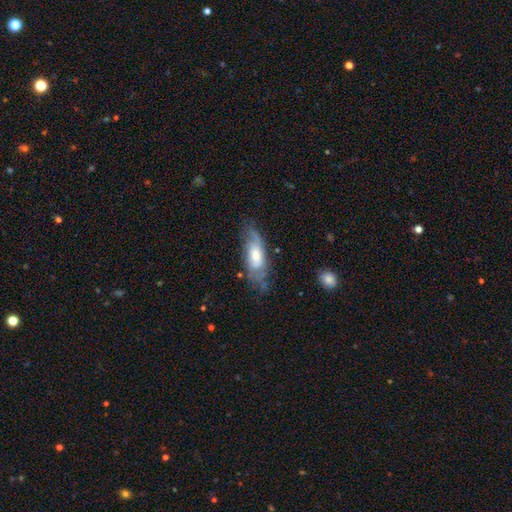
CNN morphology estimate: smooth_or_featured: featured or disk (p=0.53) [alt: smooth p=0.41]
disk_edge_on: no (p=0.81) [alt: yes p=0.19]
merging: none (p=0.56) [alt: minor disturbance p=0.28]